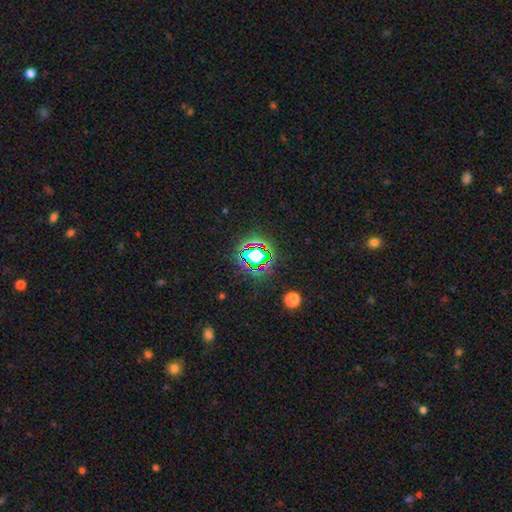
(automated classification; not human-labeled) This appears to be a star or artifact, not a galaxy (70%).